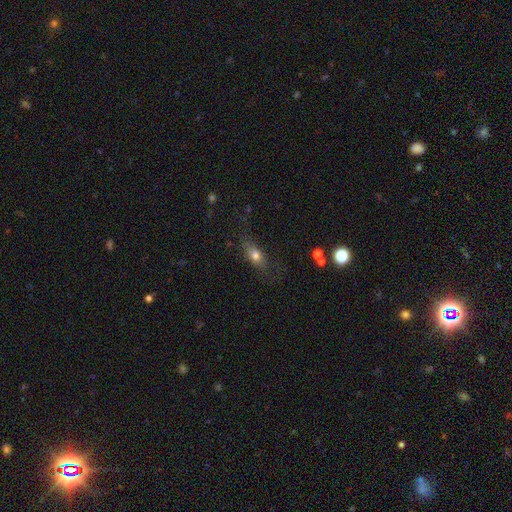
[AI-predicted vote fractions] Morphology: type=smooth (70%); roundness=in between (69%); merging=none (64%).